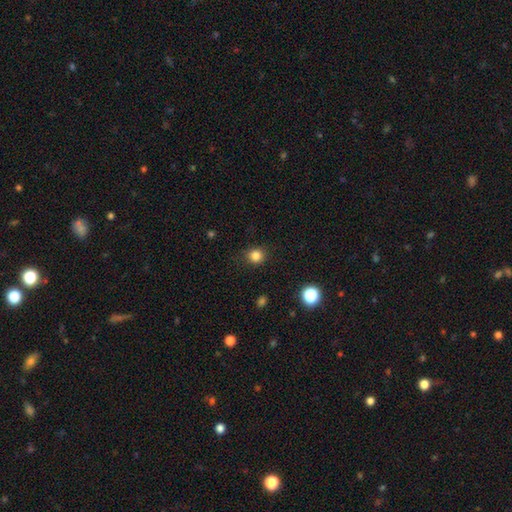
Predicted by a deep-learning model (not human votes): A smooth galaxy with no disk features (83%) that is round (87%).

Vote fractions:
- Smooth or featured? smooth: 83% / star or artifact: 13% / featured or disk: 4%
- How rounded? round: 87% / in between: 12% / cigar-shaped: 1%
- Merging? none: 87% / minor disturbance: 9% / major disturbance: 3% / merger: 1%